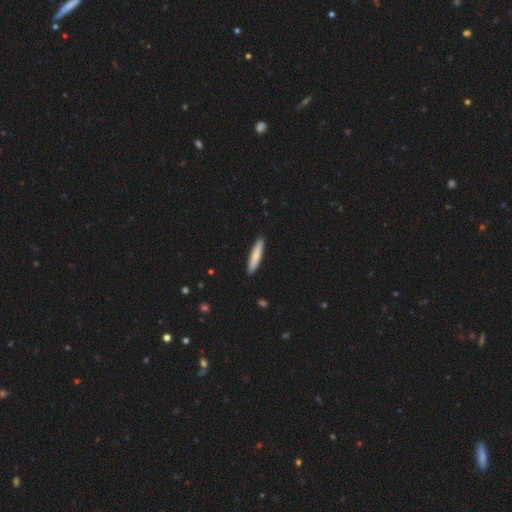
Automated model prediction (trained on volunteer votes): smooth-or-featured: smooth: 78% | featured or disk: 17% | star or artifact: 5%
  how-rounded: cigar-shaped: 91% | in between: 8% | round: 1%
  merging: none: 92% | minor disturbance: 6% | major disturbance: 1% | merger: 1%